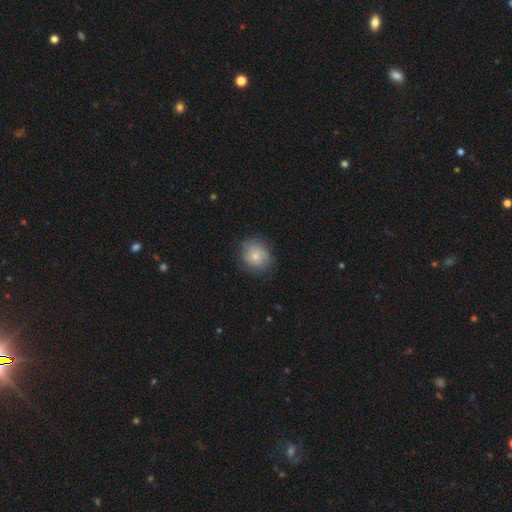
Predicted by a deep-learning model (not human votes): Morphology: type=smooth (74%); roundness=round (80%); merging=none (80%).